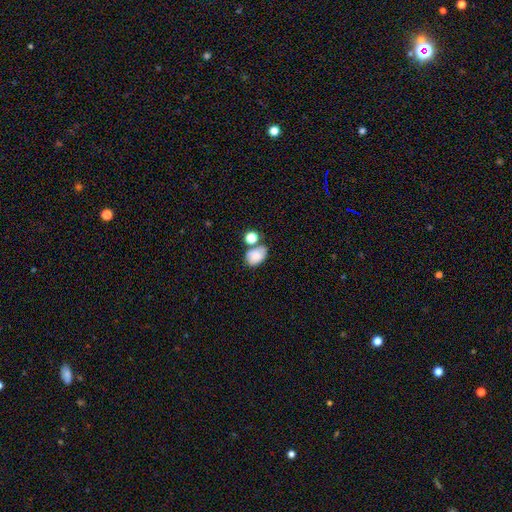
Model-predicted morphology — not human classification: smooth_or_featured: smooth (p=0.80) [alt: featured or disk p=0.11]
how_rounded: in between (p=0.76) [alt: round p=0.23]
merging: none (p=0.45) [alt: merger p=0.30]